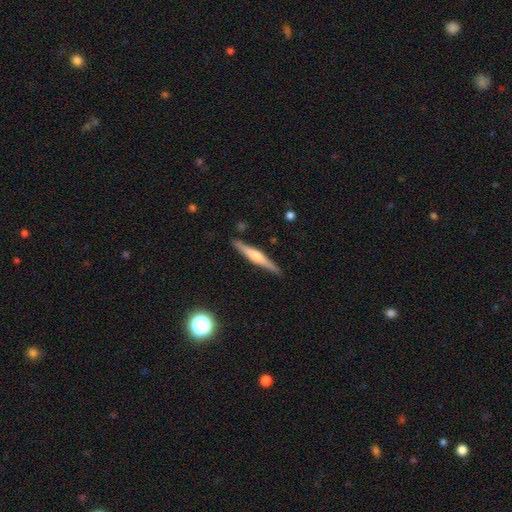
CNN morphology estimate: Smooth or featured? featured or disk (66%)
Edge-on disk? yes (98%)
Edge-on bulge? rounded (73%)
Merging? none (89%)